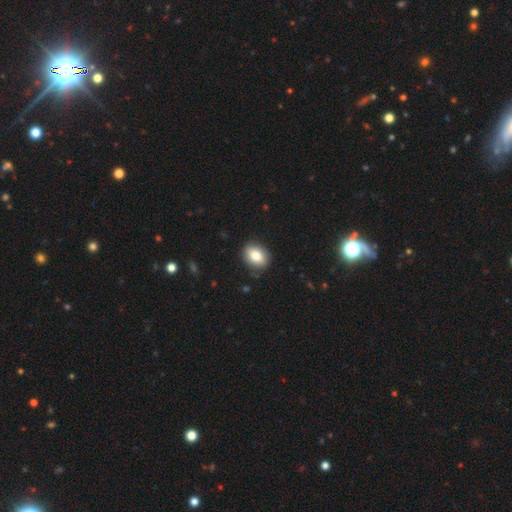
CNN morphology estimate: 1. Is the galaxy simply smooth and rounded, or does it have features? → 83% smooth, 9% featured or disk, 8% star or artifact.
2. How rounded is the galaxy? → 69% in between, 30% round, 1% cigar-shaped.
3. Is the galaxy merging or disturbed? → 86% none, 11% minor disturbance, 2% major disturbance, 1% merger.